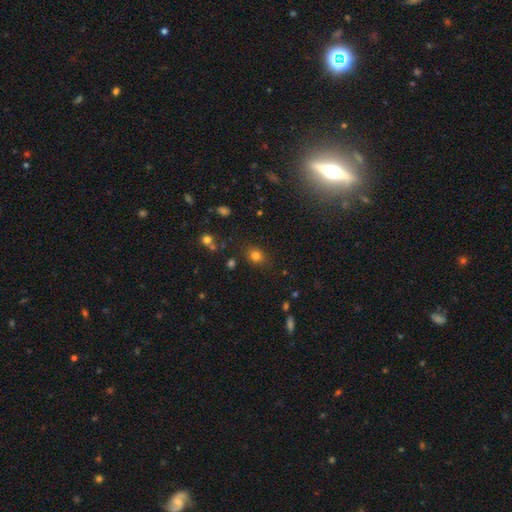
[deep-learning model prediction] Smooth or featured? smooth (78%)
How rounded? round (54%)
Merging? none (82%)